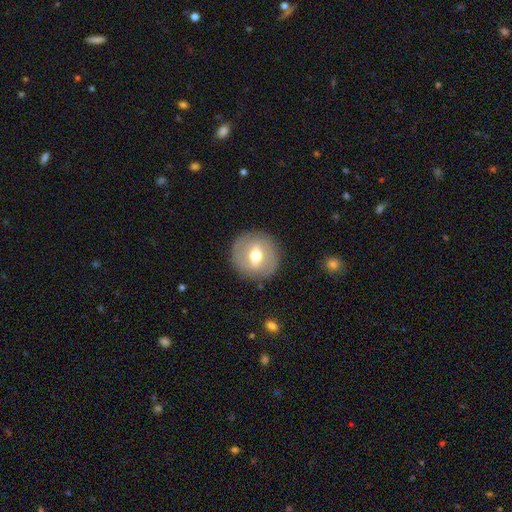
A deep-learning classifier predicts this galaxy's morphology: A smooth galaxy with no disk features (49%). Merging: none (86%).